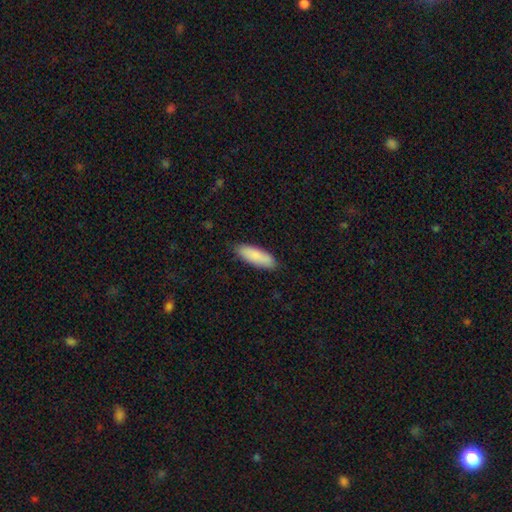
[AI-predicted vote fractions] Smooth or featured? smooth (88%)
How rounded? in between (57%)
Merging? none (87%)